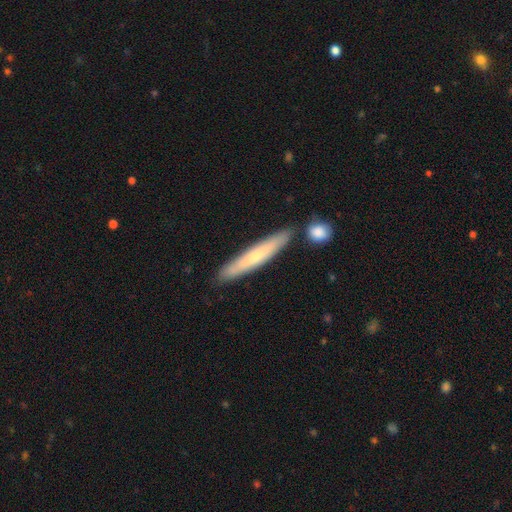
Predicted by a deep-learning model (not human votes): Smooth or featured: smooth — 54% (featured or disk — 41%)
How rounded: cigar-shaped — 92% (in between — 6%)
Merging: none — 81% (minor disturbance — 10%)